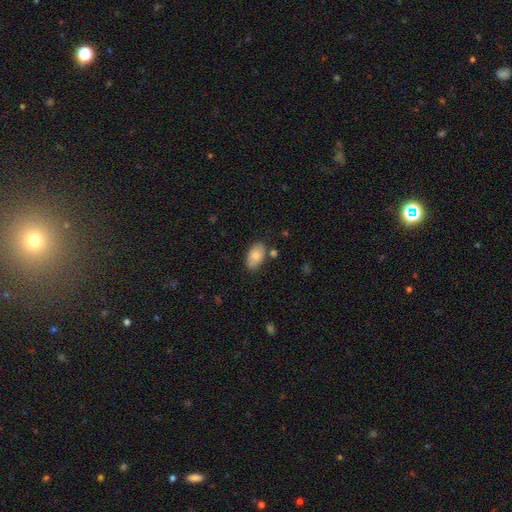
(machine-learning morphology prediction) The model was most divided on "merging": none: 76%, minor disturbance: 15%, merger: 6%, major disturbance: 3%. More confident: how rounded — in between (93%); smooth or featured — smooth (81%).